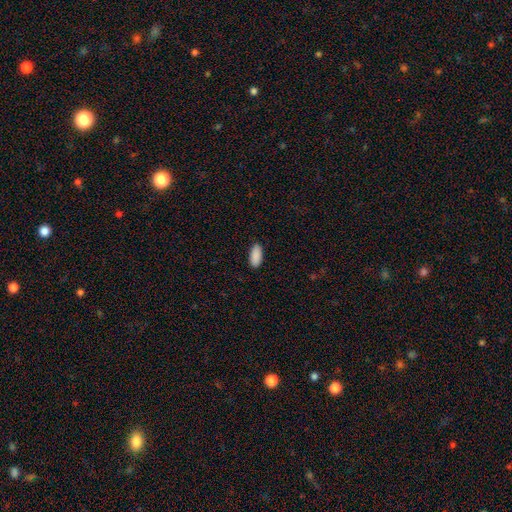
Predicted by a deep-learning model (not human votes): A smooth galaxy with no disk features (91%) that is in between round and cigar-shaped (87%).

Vote fractions:
- Smooth or featured? smooth: 91% / star or artifact: 6% / featured or disk: 3%
- How rounded? in between: 87% / cigar-shaped: 11% / round: 2%
- Merging? none: 89% / minor disturbance: 8% / major disturbance: 2% / merger: 1%